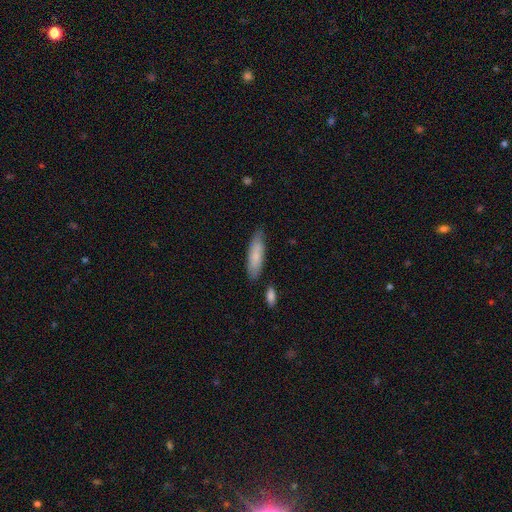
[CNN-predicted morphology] Smooth or featured: smooth — 74% (featured or disk — 20%)
How rounded: cigar-shaped — 55% (in between — 44%)
Merging: none — 77% (minor disturbance — 16%)